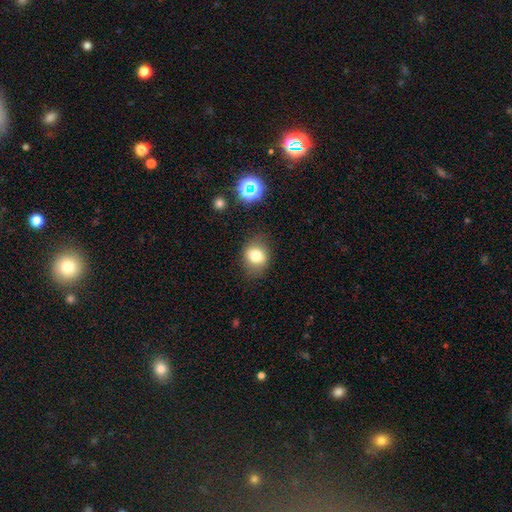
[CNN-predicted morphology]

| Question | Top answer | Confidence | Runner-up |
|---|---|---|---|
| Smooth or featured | smooth | 77% | star or artifact (12%) |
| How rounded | round | 56% | in between (43%) |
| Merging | none | 79% | minor disturbance (15%) |